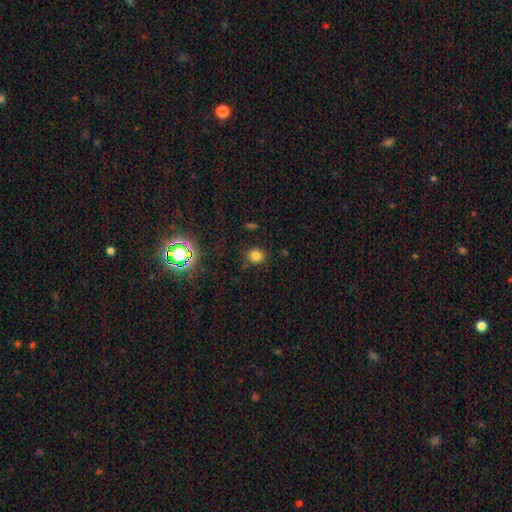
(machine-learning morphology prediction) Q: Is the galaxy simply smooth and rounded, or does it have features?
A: smooth — 79%.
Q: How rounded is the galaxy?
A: round — 82%.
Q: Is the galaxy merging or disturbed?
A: none — 84%.